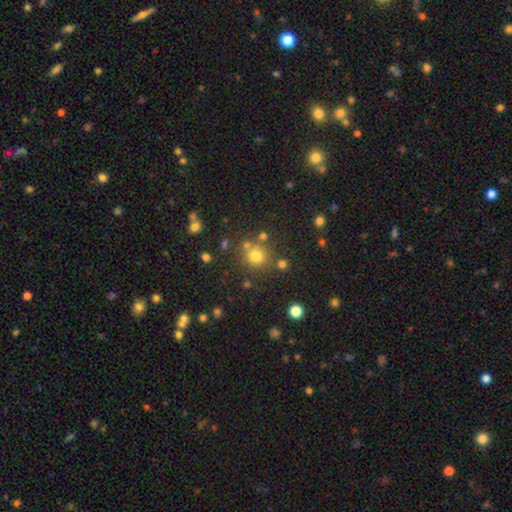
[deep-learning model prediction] Smooth or featured: smooth — 72% (star or artifact — 19%)
How rounded: round — 90% (in between — 9%)
Merging: none — 77% (minor disturbance — 10%)